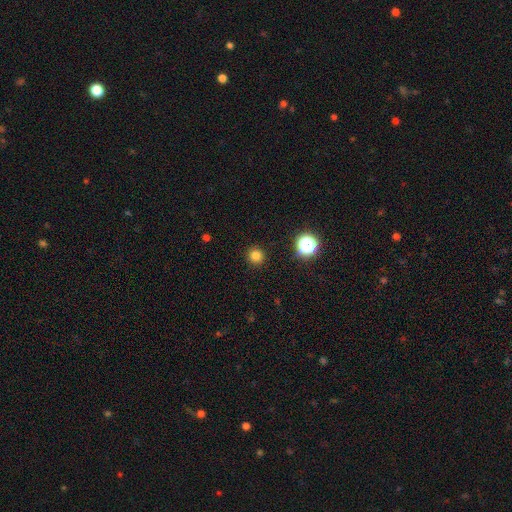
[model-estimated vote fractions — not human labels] smooth 80%, star or artifact 16%, featured or disk 4%. Down the decision tree: how rounded — round (95%); merging — none (92%).